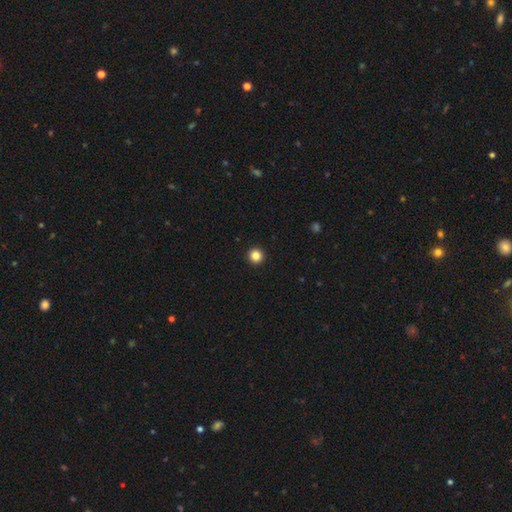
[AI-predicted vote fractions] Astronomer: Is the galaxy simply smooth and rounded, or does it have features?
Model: smooth — 84%.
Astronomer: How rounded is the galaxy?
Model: round — 96%.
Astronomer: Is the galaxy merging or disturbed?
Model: none — 94%.